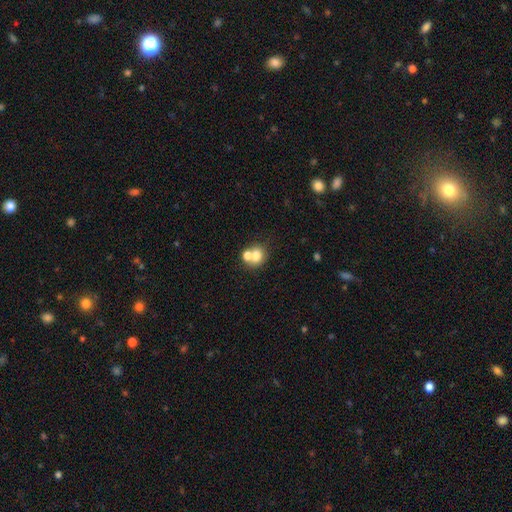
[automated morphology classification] smooth 72%, featured or disk 17%, star or artifact 11%. Down the decision tree: how rounded — round (67%); merging — merger (47%).